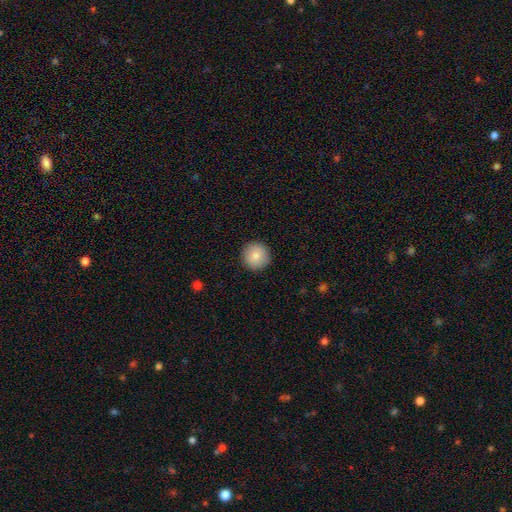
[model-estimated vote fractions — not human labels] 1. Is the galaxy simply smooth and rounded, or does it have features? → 85% smooth, 8% star or artifact, 7% featured or disk.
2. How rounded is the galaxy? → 96% round, 3% in between, 1% cigar-shaped.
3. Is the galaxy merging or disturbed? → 92% none, 5% minor disturbance, 2% major disturbance, 1% merger.